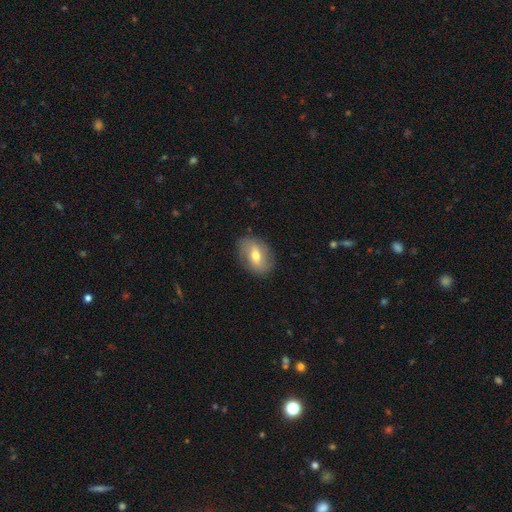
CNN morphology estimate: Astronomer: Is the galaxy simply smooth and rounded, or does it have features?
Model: smooth — 48% (runner-up: featured or disk, 44%).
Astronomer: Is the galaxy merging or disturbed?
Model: none — 82%.